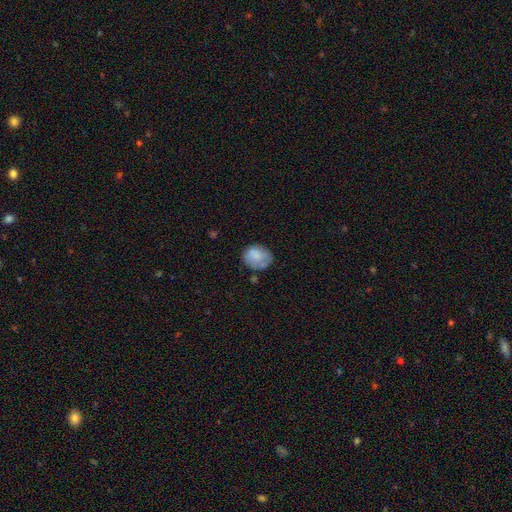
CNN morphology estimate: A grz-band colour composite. It shows a smooth galaxy with no disk features (77%) that is round (58%). Merging: none (59%).